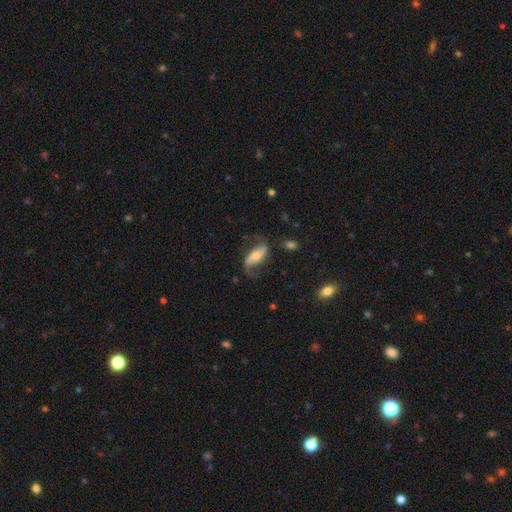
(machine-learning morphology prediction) smooth_or_featured: featured or disk (p=0.71) [alt: smooth p=0.22]
disk_edge_on: no (p=0.89) [alt: yes p=0.11]
bar: strong (p=0.36) [alt: no p=0.35]
has_spiral_arms: yes (p=0.90) [alt: no p=0.10]
spiral_winding: loose (p=0.77) [alt: medium p=0.17]
spiral_arm_count: 2 (p=0.89) [alt: 1 p=0.04]
bulge_size: moderate (p=0.51) [alt: small p=0.35]
merging: none (p=0.66) [alt: minor disturbance p=0.19]